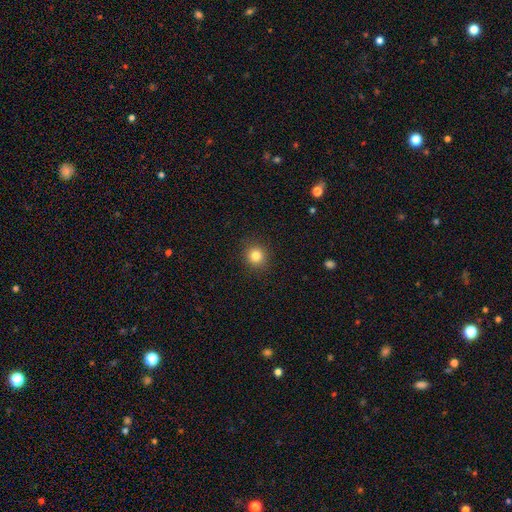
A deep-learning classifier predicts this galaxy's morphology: Q: Smooth or featured?
A: smooth (83%); runner-up: star or artifact (12%)
Q: How rounded?
A: round (90%); runner-up: in between (9%)
Q: Merging?
A: none (90%); runner-up: minor disturbance (6%)